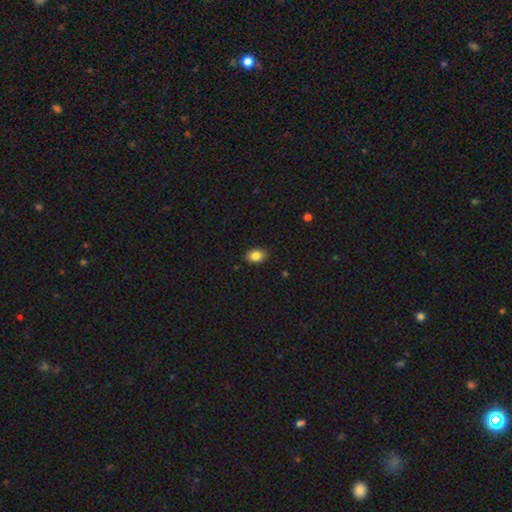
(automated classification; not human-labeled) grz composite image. It shows a smooth galaxy with no disk features (85%) that is in between round and cigar-shaped (83%). Merging: none (89%).